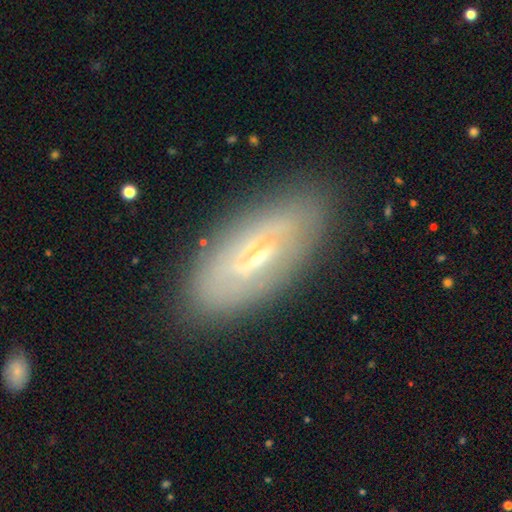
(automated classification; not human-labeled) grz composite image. It shows a featured or disk galaxy (65%) with a weak bar (42%), spiral arms (55%) and a small central bulge (71%). Merging: none (83%).